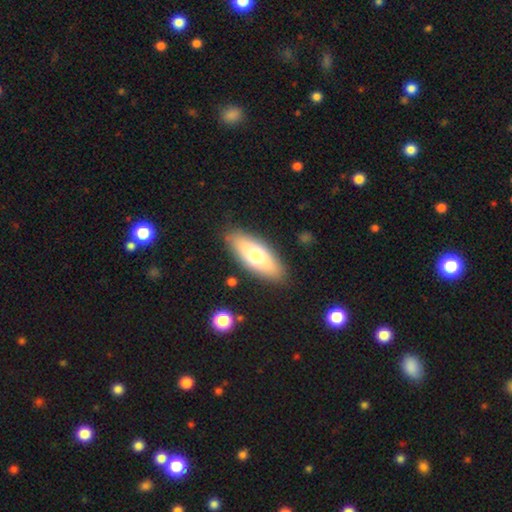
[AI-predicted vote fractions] Smooth or featured? Predicted: smooth (p=0.67). How rounded? Predicted: in between (p=0.73). Merging? Predicted: none (p=0.86).